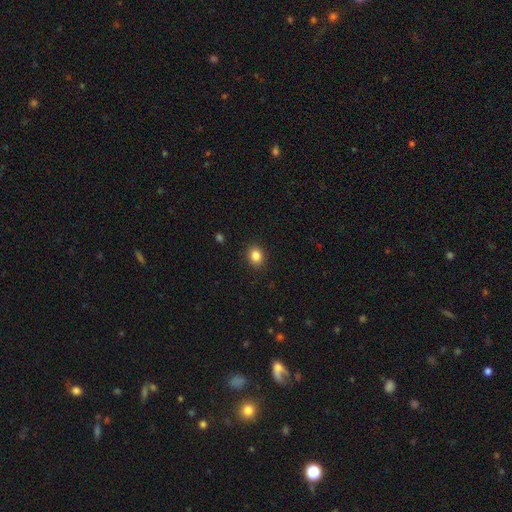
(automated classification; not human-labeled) Overall: smooth (86%). How rounded: round (58%; in between 41%). Merging: none (90%).